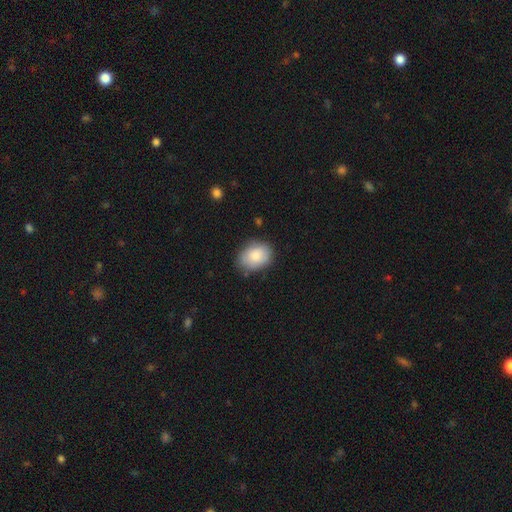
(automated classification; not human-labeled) smooth_or_featured: smooth (p=0.85) [alt: featured or disk p=0.08]
how_rounded: in between (p=0.74) [alt: round p=0.25]
merging: none (p=0.79) [alt: minor disturbance p=0.16]